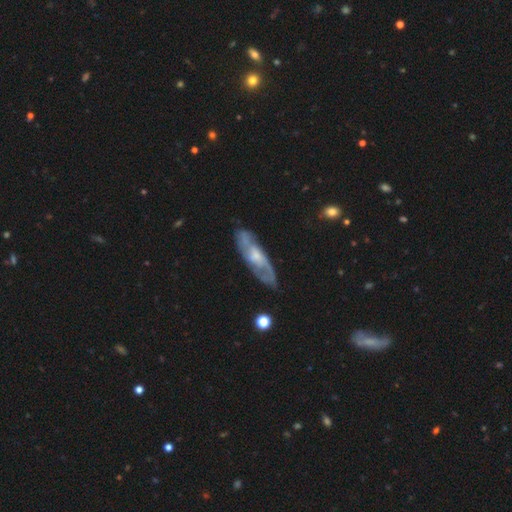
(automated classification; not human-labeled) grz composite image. It shows a featured or disk galaxy (75%) with no bar (55%), spiral arms (87%) and a moderate central bulge (45%). Merging: none (76%).